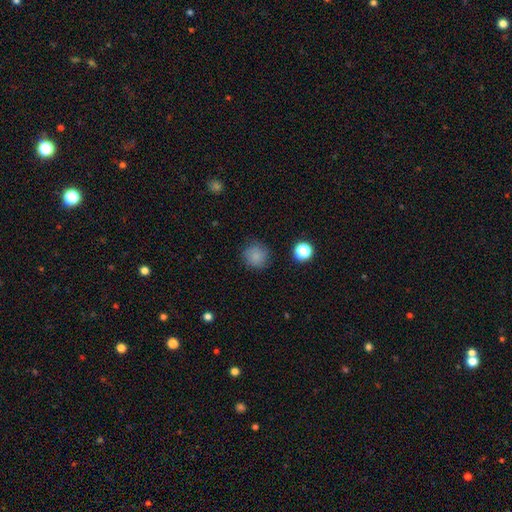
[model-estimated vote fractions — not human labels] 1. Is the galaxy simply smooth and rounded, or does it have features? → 83% smooth, 11% star or artifact, 6% featured or disk.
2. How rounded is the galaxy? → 92% round, 7% in between, 1% cigar-shaped.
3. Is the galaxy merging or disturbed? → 84% none, 11% minor disturbance, 3% major disturbance, 2% merger.